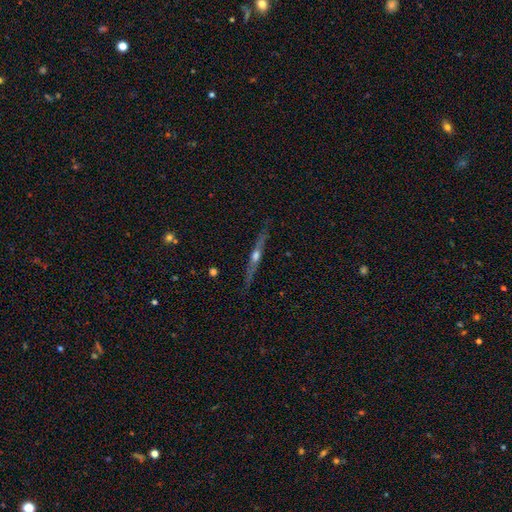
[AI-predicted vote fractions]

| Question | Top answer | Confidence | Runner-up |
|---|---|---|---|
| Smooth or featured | featured or disk | 75% | smooth (19%) |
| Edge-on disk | yes | 97% | no (3%) |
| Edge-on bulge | rounded | 89% | none (7%) |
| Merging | none | 86% | minor disturbance (11%) |